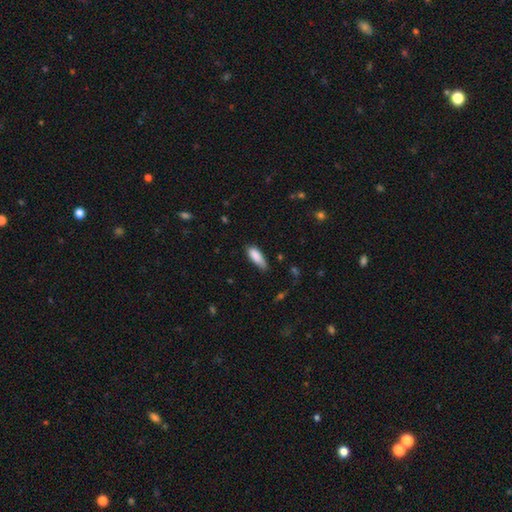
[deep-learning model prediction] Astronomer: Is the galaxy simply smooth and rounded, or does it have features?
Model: smooth — 85%.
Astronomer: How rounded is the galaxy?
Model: in between — 66%.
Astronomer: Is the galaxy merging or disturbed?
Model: none — 59%.